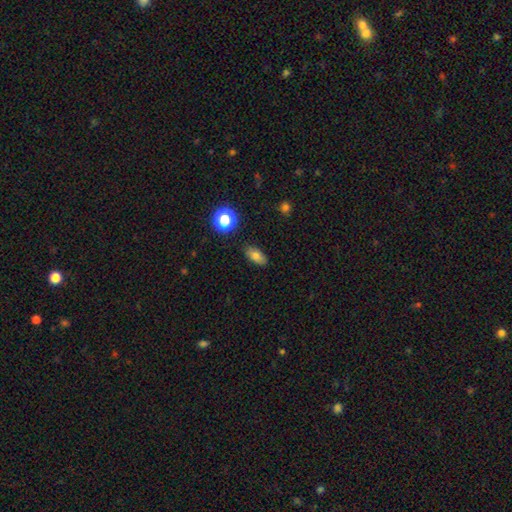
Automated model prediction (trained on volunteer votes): smooth 75%, star or artifact 13%, featured or disk 12%. Down the decision tree: how rounded — in between (84%); merging — none (85%).